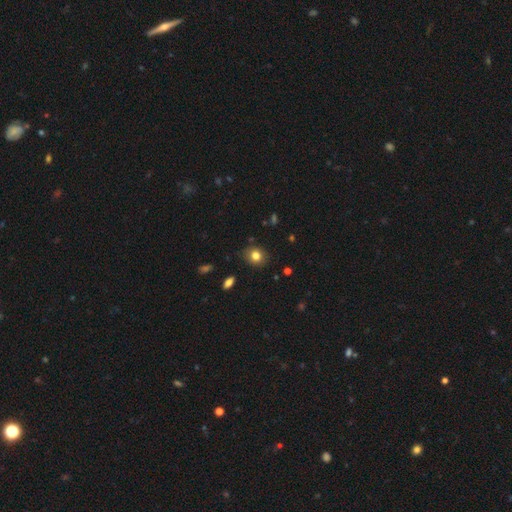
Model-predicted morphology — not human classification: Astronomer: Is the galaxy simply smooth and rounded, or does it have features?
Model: smooth — 81%.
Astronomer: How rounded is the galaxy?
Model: round — 73%.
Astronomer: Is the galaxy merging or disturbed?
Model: none — 86%.